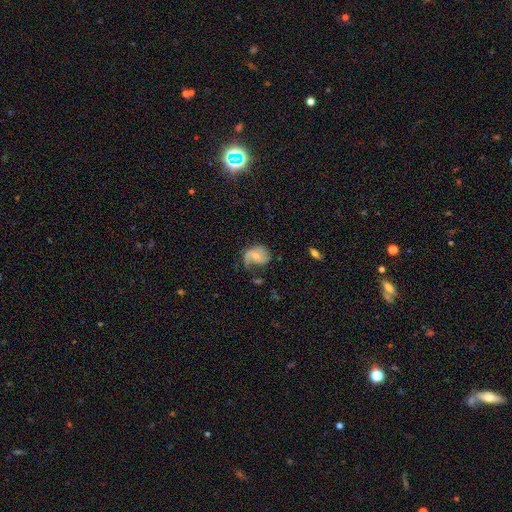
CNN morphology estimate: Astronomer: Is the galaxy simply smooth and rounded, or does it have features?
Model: featured or disk — 62%.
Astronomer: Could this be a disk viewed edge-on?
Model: no — 97%.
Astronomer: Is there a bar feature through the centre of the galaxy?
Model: no — 65%.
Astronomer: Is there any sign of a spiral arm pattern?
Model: yes — 85%.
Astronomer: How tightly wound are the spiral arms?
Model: medium — 38% (runner-up: loose, 37%).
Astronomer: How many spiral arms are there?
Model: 1 — 42% (runner-up: 2, 41%).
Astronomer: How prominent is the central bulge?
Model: small — 50% (runner-up: moderate, 44%).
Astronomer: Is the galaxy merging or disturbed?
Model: none — 40% (runner-up: minor disturbance, 30%).